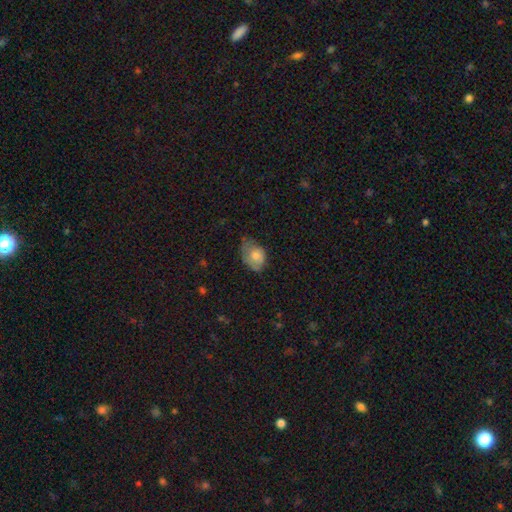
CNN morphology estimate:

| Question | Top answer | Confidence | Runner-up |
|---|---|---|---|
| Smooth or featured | smooth | 70% | featured or disk (22%) |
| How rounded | in between | 76% | round (23%) |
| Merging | minor disturbance | 43% | none (39%) |